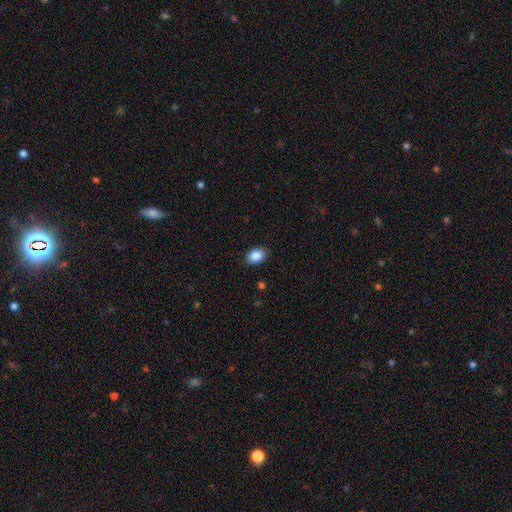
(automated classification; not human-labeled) Overall: smooth (88%). How rounded: in between (80%). Merging: none (87%).